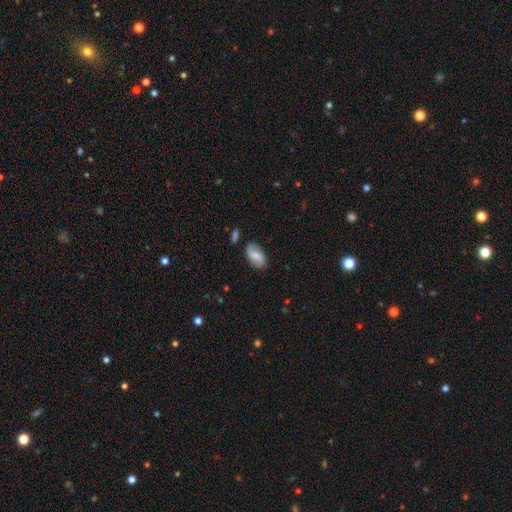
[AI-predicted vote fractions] The model was most divided on "smooth or featured": smooth: 60%, featured or disk: 33%, star or artifact: 7%. More confident: how rounded — in between (92%); merging — none (78%).